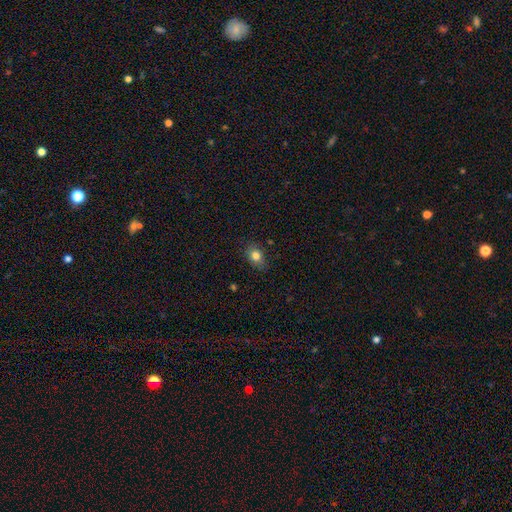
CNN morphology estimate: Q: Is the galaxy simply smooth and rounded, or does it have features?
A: smooth — 80%.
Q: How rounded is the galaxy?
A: in between — 70%.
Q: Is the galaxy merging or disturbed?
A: none — 83%.